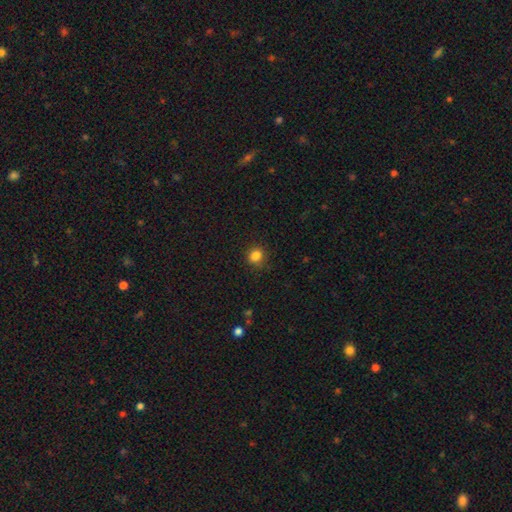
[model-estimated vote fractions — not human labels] The model was most divided on "how rounded": round: 77%, in between: 22%, cigar-shaped: 1%. More confident: merging — none (86%); smooth or featured — smooth (84%).